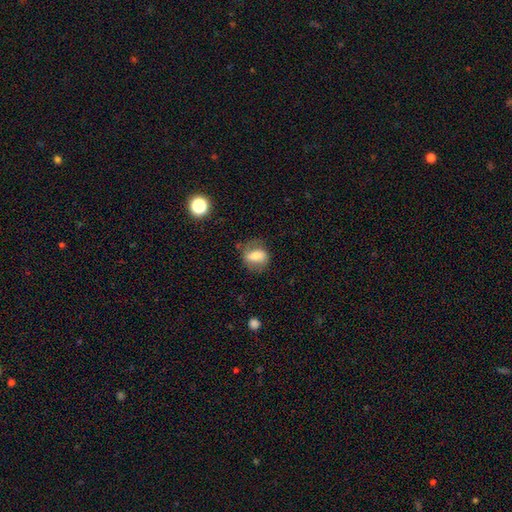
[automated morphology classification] smooth-or-featured: smooth: 58% | featured or disk: 34% | star or artifact: 9%
  how-rounded: in between: 61% | round: 36% | cigar-shaped: 3%
  merging: none: 65% | minor disturbance: 22% | major disturbance: 11% | merger: 2%